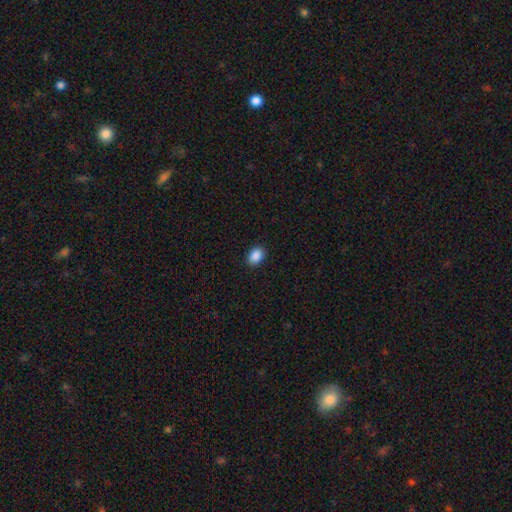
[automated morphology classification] smooth_or_featured: smooth (p=0.90) [alt: star or artifact p=0.08]
how_rounded: in between (p=0.76) [alt: round p=0.23]
merging: none (p=0.91) [alt: minor disturbance p=0.07]